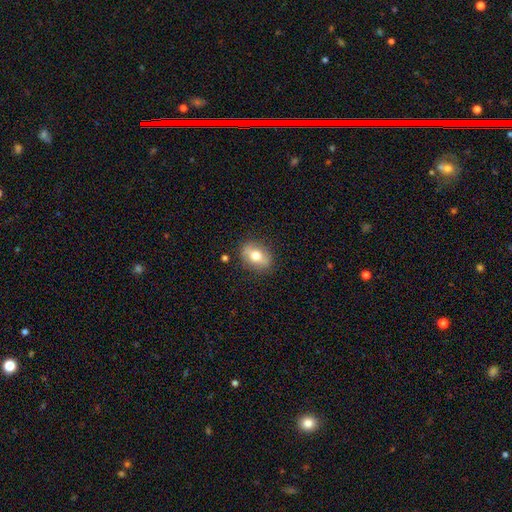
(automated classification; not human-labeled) smooth 63%, featured or disk 29%, star or artifact 7%. Down the decision tree: how rounded — in between (75%); merging — none (84%).